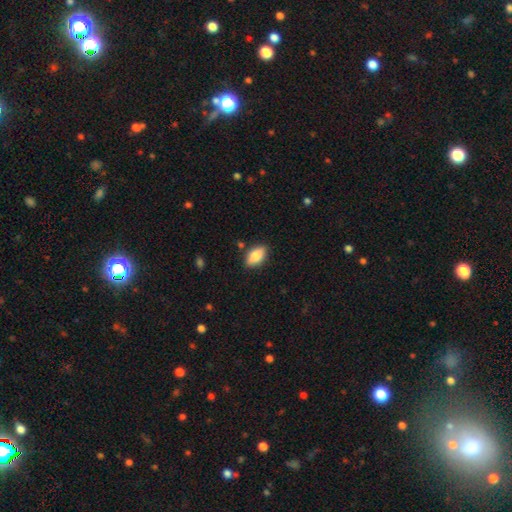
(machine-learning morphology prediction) smooth-or-featured: smooth: 81% | featured or disk: 12% | star or artifact: 7%
  how-rounded: in between: 89% | cigar-shaped: 7% | round: 4%
  merging: none: 85% | minor disturbance: 11% | major disturbance: 2% | merger: 2%